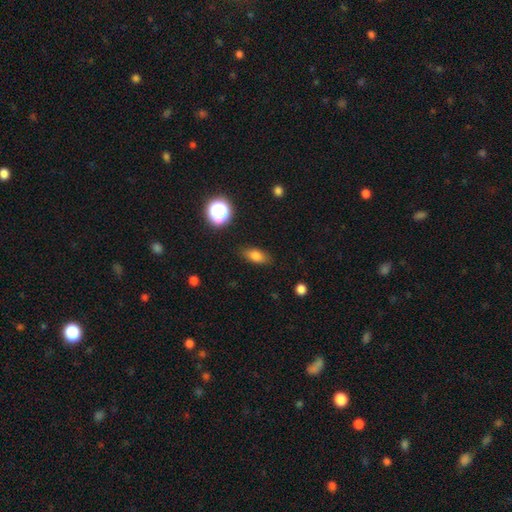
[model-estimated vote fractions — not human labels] Morphology: type=smooth (79%); roundness=in between (81%); merging=none (85%).